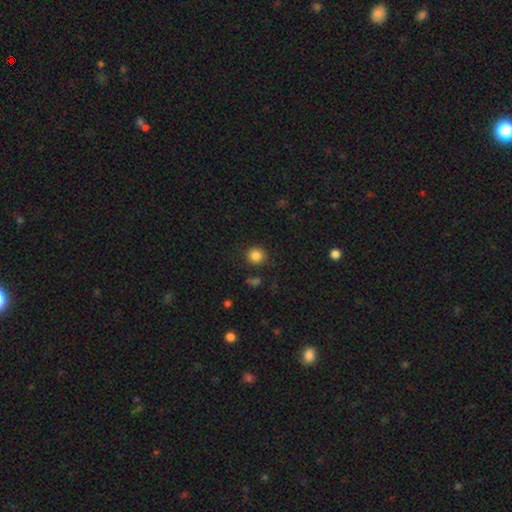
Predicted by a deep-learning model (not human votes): A smooth galaxy with no disk features (85%) that is round (91%).

Vote fractions:
- Smooth or featured? smooth: 85% / star or artifact: 11% / featured or disk: 4%
- How rounded? round: 91% / in between: 9% / cigar-shaped: 1%
- Merging? none: 87% / minor disturbance: 8% / major disturbance: 3% / merger: 3%